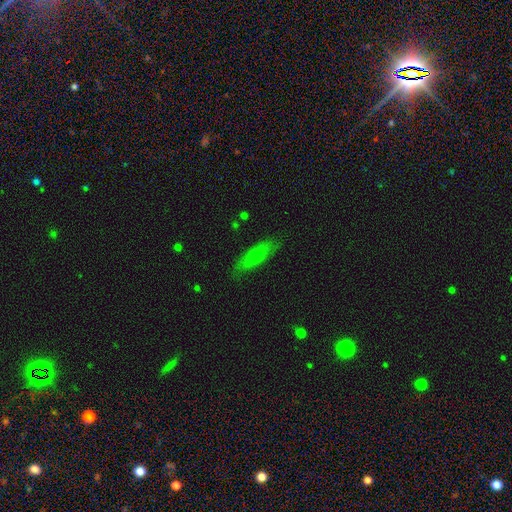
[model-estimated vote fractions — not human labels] Smooth or featured? Predicted: smooth (p=0.75). How rounded? Predicted: cigar-shaped (p=0.51). Merging? Predicted: none (p=0.82).